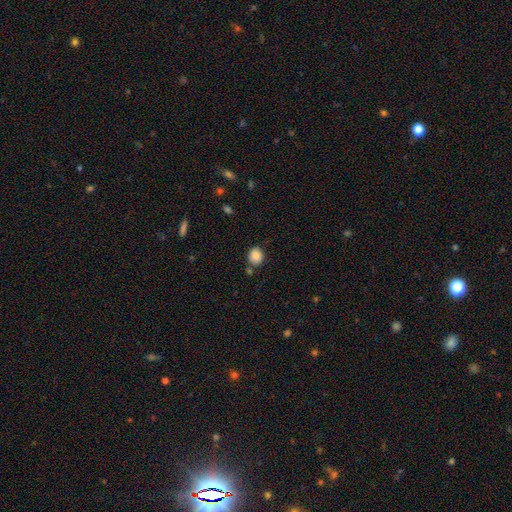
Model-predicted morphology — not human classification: This appears to be a smooth galaxy with no disk features (87%) that is round (72%). Merging: none (76%).